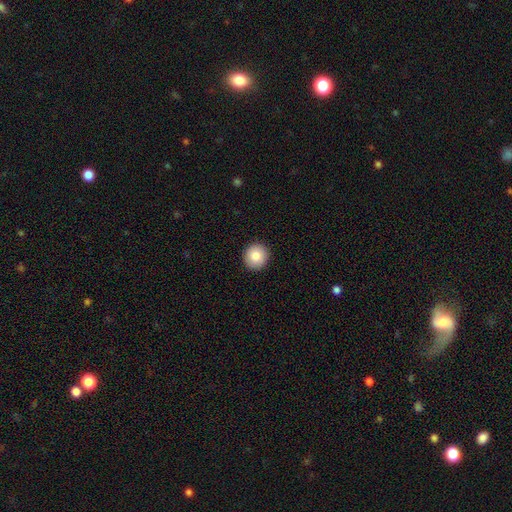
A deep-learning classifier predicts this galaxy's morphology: This is clearly a smooth galaxy (84%). How rounded: clearly round (92%). Merging: clearly none (93%).